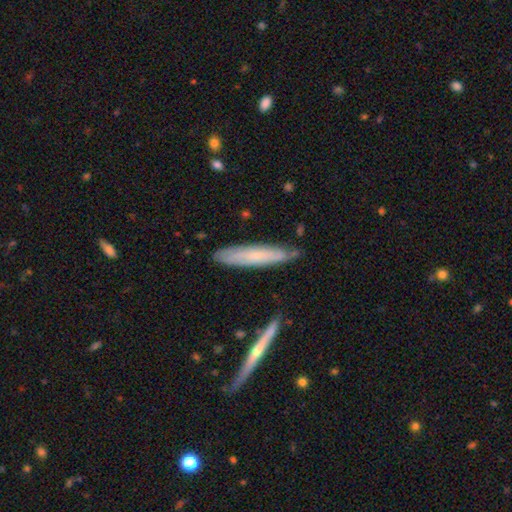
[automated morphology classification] Smooth or featured?
  - smooth: 54% *
  - featured or disk: 40%
  - star or artifact: 6%
How rounded?
  - cigar-shaped: 87% *
  - in between: 12%
  - round: 1%
Merging?
  - none: 78% *
  - minor disturbance: 16%
  - merger: 3%
  - major disturbance: 3%